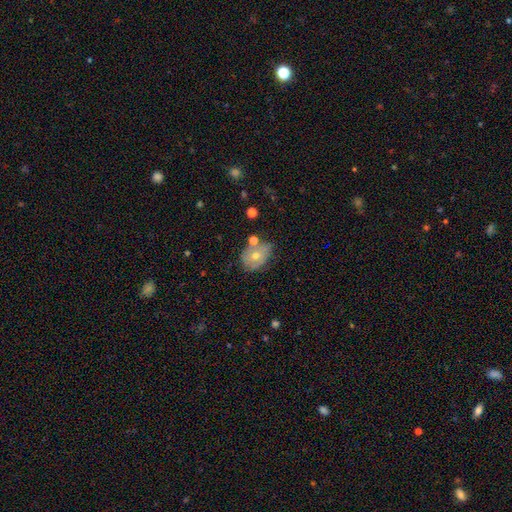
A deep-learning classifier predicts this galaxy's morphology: This is marginally a smooth galaxy (44%, tied with featured or disk). Merging: possibly none (60%).